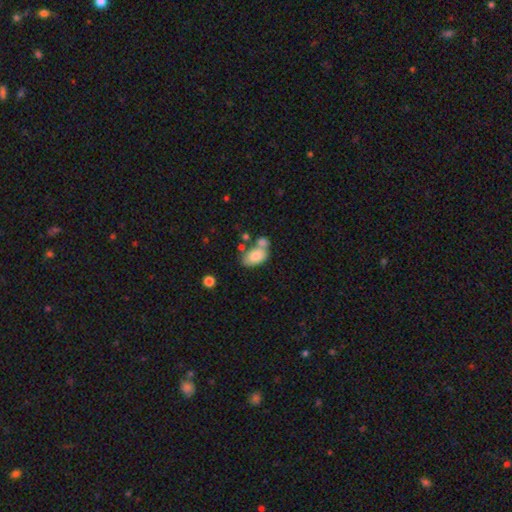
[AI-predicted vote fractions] Q: Smooth or featured?
A: smooth (76%); runner-up: featured or disk (16%)
Q: How rounded?
A: in between (91%); runner-up: round (7%)
Q: Merging?
A: none (40%); runner-up: merger (36%)